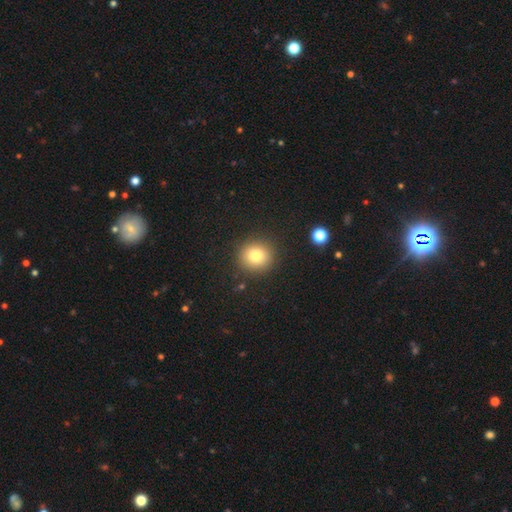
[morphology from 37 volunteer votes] This is clearly a smooth galaxy (89%). How rounded: clearly round (97%). Merging: clearly none (89%).